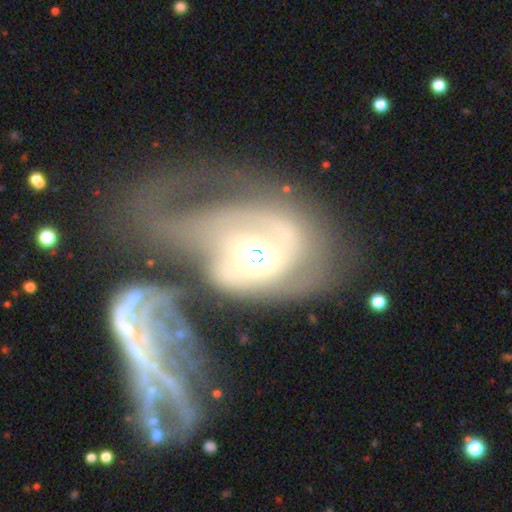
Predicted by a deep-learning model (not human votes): Morphology: type=featured or disk (77%); edge-on=no (96%); bar=no (62%); spiral arms=yes (80%); winding=tight (40%); arm count=can't tell (37%); bulge=moderate (62%); merging=merger (51%).